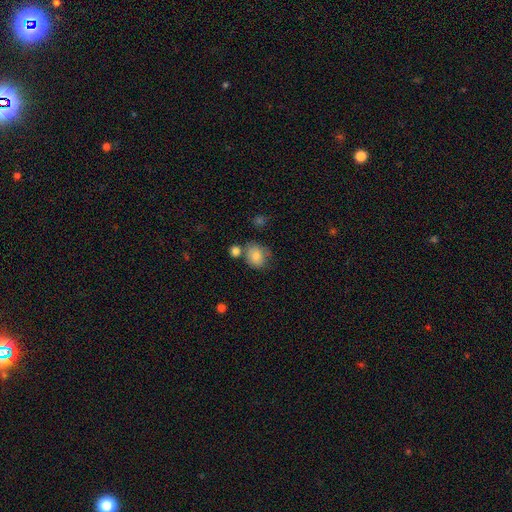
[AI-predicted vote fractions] Overall: smooth (80%). How rounded: round (59%; in between 40%). Merging: none (55%; minor disturbance 21%).